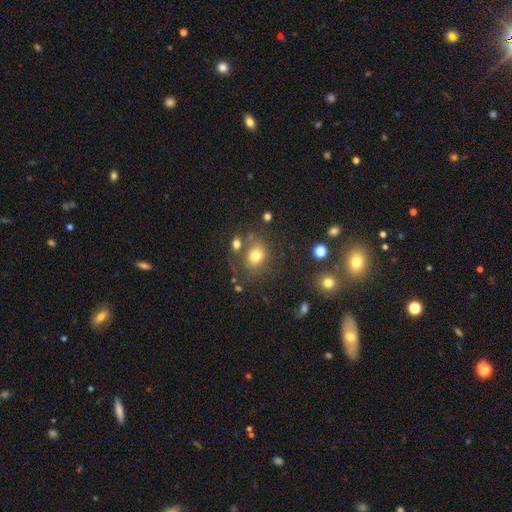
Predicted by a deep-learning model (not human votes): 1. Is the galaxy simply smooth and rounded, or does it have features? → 75% smooth, 14% star or artifact, 11% featured or disk.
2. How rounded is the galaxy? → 64% round, 35% in between, 1% cigar-shaped.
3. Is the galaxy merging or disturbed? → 63% none, 15% minor disturbance, 15% merger, 8% major disturbance.